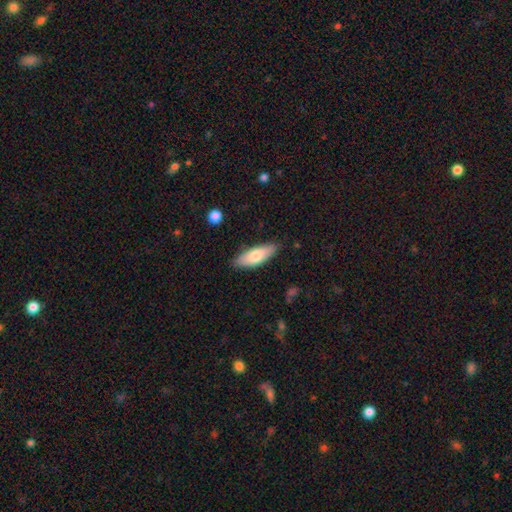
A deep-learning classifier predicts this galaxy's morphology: Smooth or featured? Predicted: smooth (p=0.73). How rounded? Predicted: in between (p=0.63). Merging? Predicted: none (p=0.84).